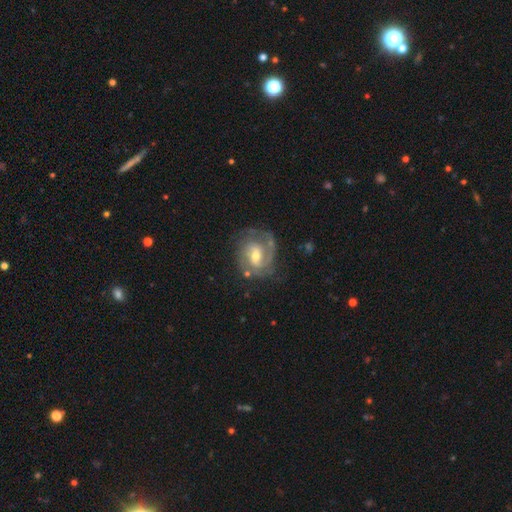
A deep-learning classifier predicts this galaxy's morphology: Smooth or featured?
  - featured or disk: 86% *
  - smooth: 9%
  - star or artifact: 5%
Edge-on disk?
  - no: 97% *
  - yes: 3%
Bar?
  - weak: 52% *
  - no: 29%
  - strong: 20%
Spiral arms?
  - yes: 95% *
  - no: 5%
Spiral winding?
  - tight: 46% *
  - medium: 43%
  - loose: 11%
Spiral arm count?
  - 2: 60% *
  - can't tell: 12%
  - 3: 12%
  - 1: 12%
  - 4: 2%
  - more than 4: 2%
Bulge size?
  - moderate: 59% *
  - small: 35%
  - large: 4%
  - none: 1%
  - dominant: 1%
Merging?
  - none: 66% *
  - minor disturbance: 20%
  - major disturbance: 11%
  - merger: 3%